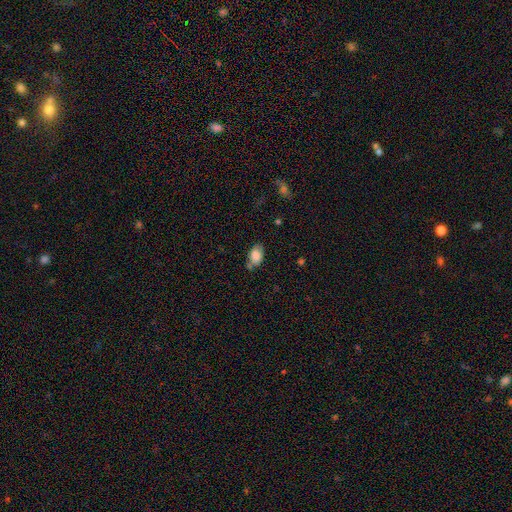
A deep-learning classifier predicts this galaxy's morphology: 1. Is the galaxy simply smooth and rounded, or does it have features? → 82% smooth, 10% featured or disk, 8% star or artifact.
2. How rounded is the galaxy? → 91% in between, 8% round, 2% cigar-shaped.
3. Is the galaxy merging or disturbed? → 64% none, 22% minor disturbance, 9% merger, 5% major disturbance.